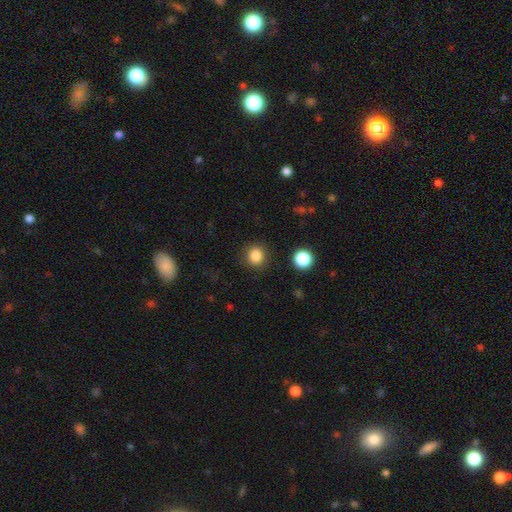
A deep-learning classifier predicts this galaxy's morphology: Smooth or featured? smooth (84%)
How rounded? round (86%)
Merging? none (88%)